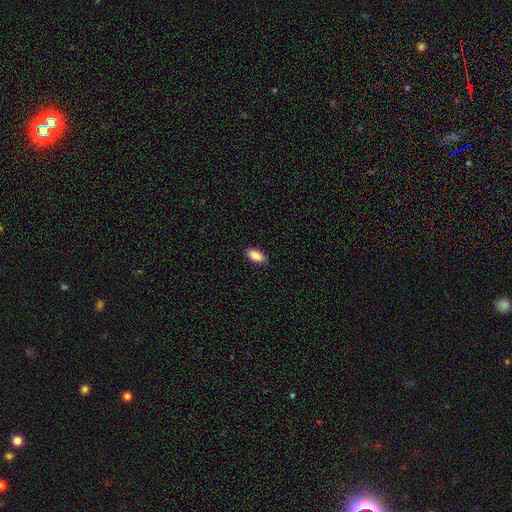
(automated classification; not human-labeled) This is clearly a smooth galaxy (90%). How rounded: clearly in between (92%). Merging: clearly none (90%).